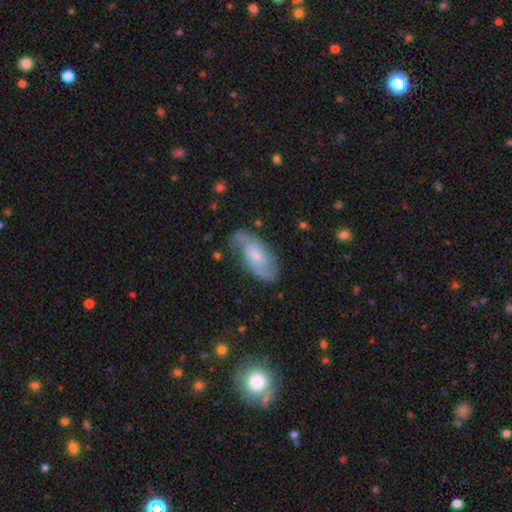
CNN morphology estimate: This appears to be a featured or disk galaxy (72%) with no bar (46%), 2 (81%) medium (48%) spiral arms (92%) and a small central bulge (44%). Merging: none (67%).